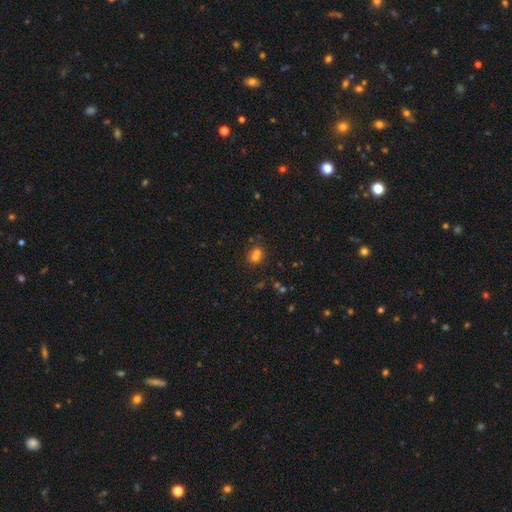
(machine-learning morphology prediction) Q: Smooth or featured?
A: smooth (64%); runner-up: star or artifact (20%)
Q: How rounded?
A: round (72%); runner-up: in between (27%)
Q: Merging?
A: merger (47%); runner-up: none (40%)